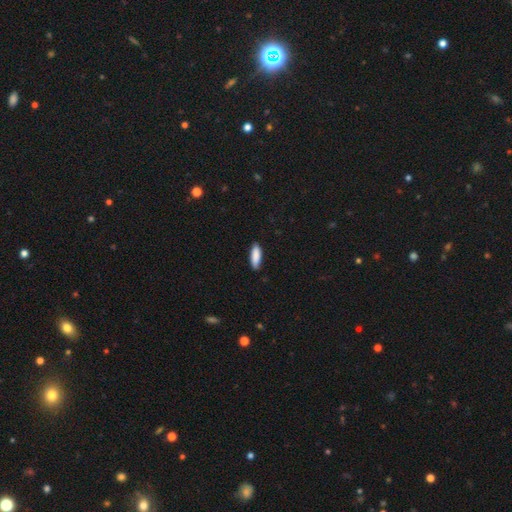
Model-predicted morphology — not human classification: smooth-or-featured: smooth: 89% | featured or disk: 6% | star or artifact: 6%
  how-rounded: in between: 52% | cigar-shaped: 47% | round: 2%
  merging: none: 87% | minor disturbance: 11% | major disturbance: 2% | merger: 1%